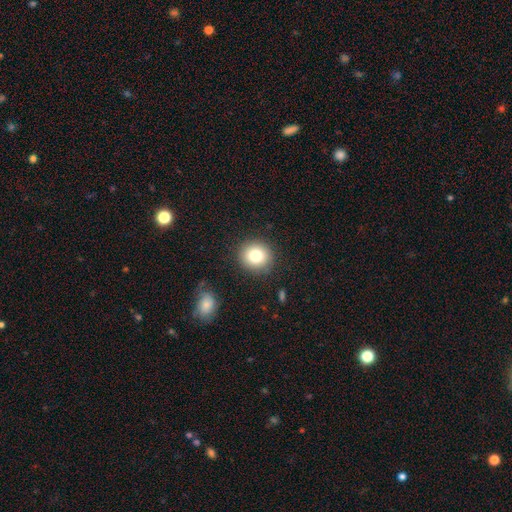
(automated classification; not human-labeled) A smooth galaxy with no disk features (79%) that is round (89%). Merging: none (88%).